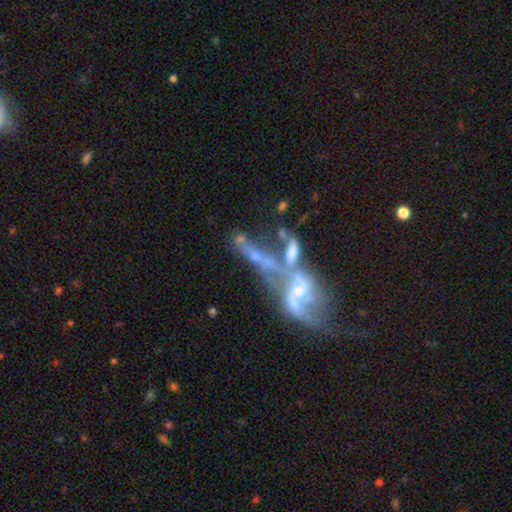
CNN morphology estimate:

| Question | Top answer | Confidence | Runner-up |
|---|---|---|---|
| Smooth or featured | featured or disk | 65% | star or artifact (20%) |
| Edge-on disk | no | 86% | yes (14%) |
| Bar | no | 64% | weak (23%) |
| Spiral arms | no | 55% | yes (45%) |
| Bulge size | small | 34% | none (33%) |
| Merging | merger | 57% | major disturbance (22%) |